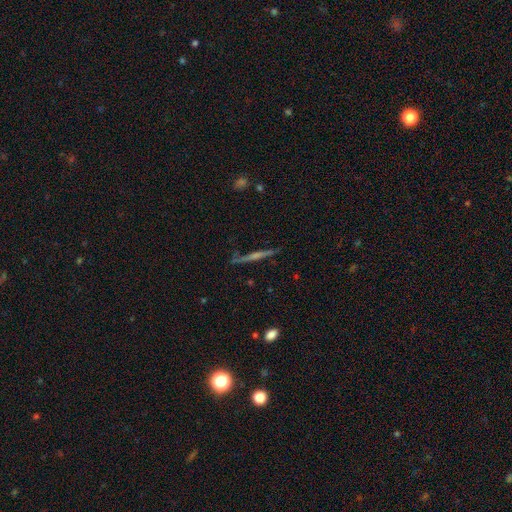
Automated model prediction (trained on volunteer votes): Q: Smooth or featured?
A: featured or disk (47%); runner-up: star or artifact (27%)
Q: Merging?
A: none (75%); runner-up: minor disturbance (11%)